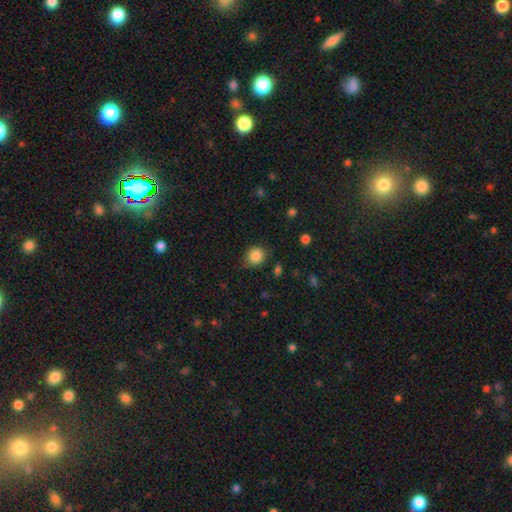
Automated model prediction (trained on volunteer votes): Q: Smooth or featured?
A: smooth (85%); runner-up: star or artifact (10%)
Q: How rounded?
A: round (85%); runner-up: in between (14%)
Q: Merging?
A: none (81%); runner-up: minor disturbance (14%)